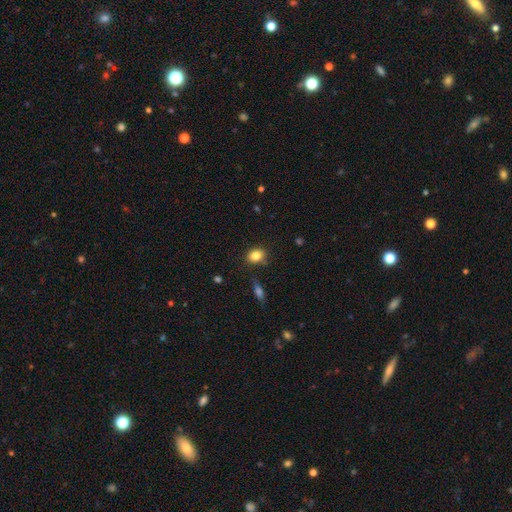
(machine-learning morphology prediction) type=smooth (84%); roundness=in between (55%); merging=none (82%).